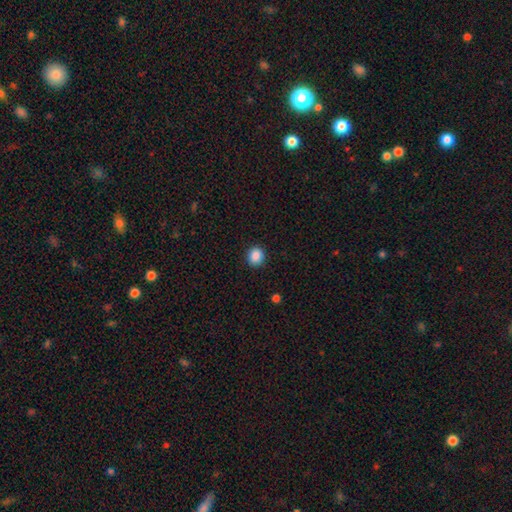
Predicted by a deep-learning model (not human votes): Morphology: type=smooth (88%); roundness=round (83%); merging=none (91%).